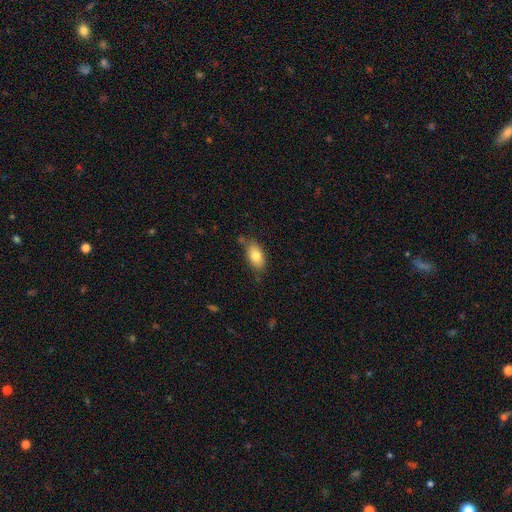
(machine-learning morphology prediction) The model was most divided on "merging": none: 73%, minor disturbance: 19%, merger: 5%, major disturbance: 4%. More confident: how rounded — in between (91%); smooth or featured — smooth (79%).